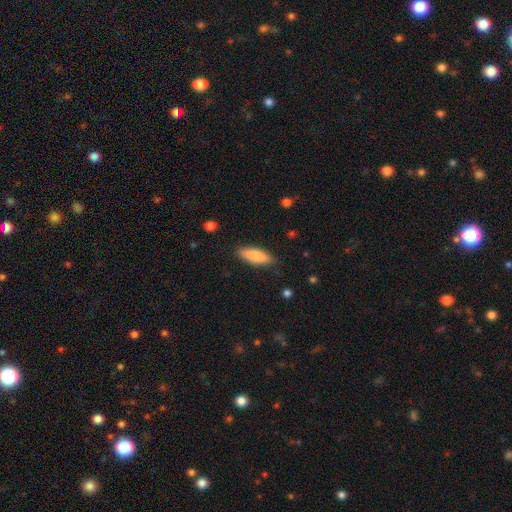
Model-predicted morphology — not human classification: Smooth or featured: smooth — 80% (featured or disk — 14%)
How rounded: in between — 60% (cigar-shaped — 38%)
Merging: none — 86% (minor disturbance — 10%)